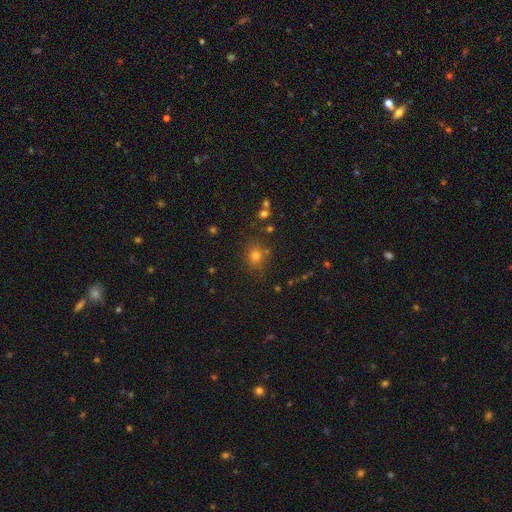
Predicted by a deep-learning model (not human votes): The model was most divided on "smooth or featured": smooth: 73%, star or artifact: 20%, featured or disk: 7%. More confident: merging — none (79%); how rounded — round (78%).